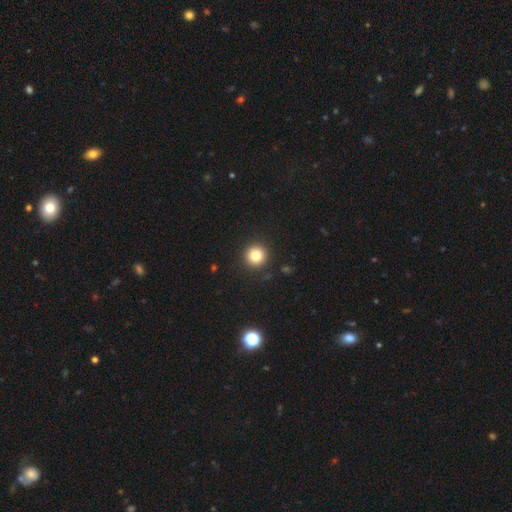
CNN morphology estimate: type=smooth (81%); roundness=round (95%); merging=none (92%).